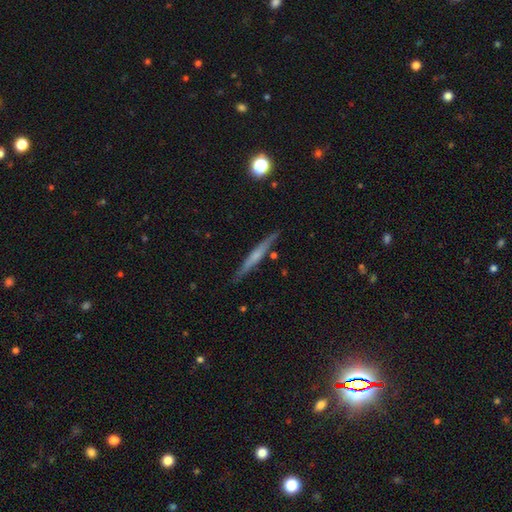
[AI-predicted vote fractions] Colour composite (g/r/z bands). It shows a featured or disk galaxy (56%) viewed edge-on (97%) with no central bulge (53%). Merging: none (88%).